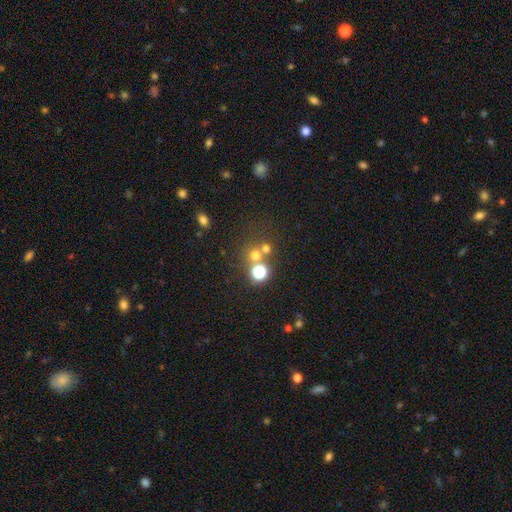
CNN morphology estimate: Smooth or featured? Predicted: smooth (p=0.61). How rounded? Predicted: round (p=0.89). Merging? Predicted: none (p=0.59).